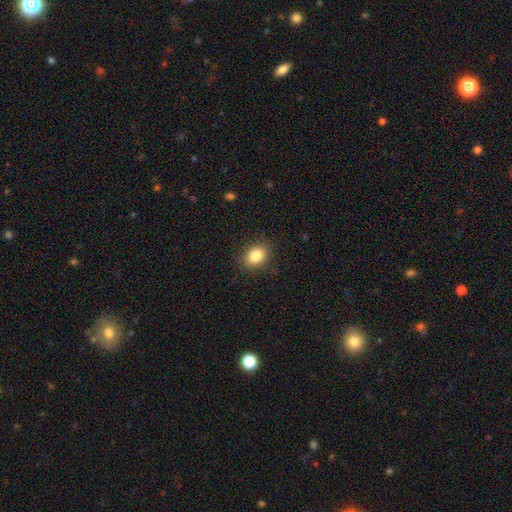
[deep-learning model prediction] A smooth galaxy with no disk features (84%) that is in between round and cigar-shaped (60%). Merging: none (87%).